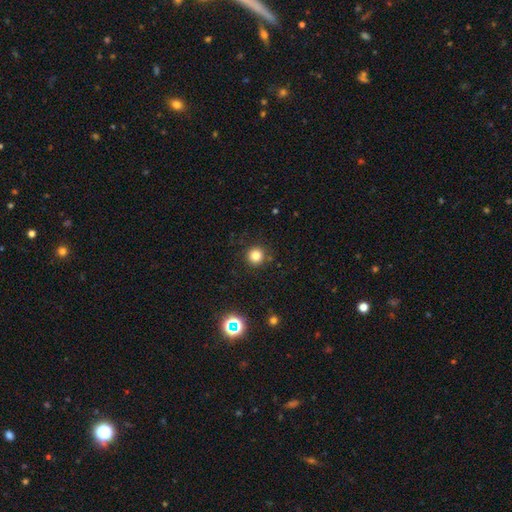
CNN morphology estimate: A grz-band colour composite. It shows a smooth galaxy with no disk features (80%) that is round (95%). Merging: none (90%).